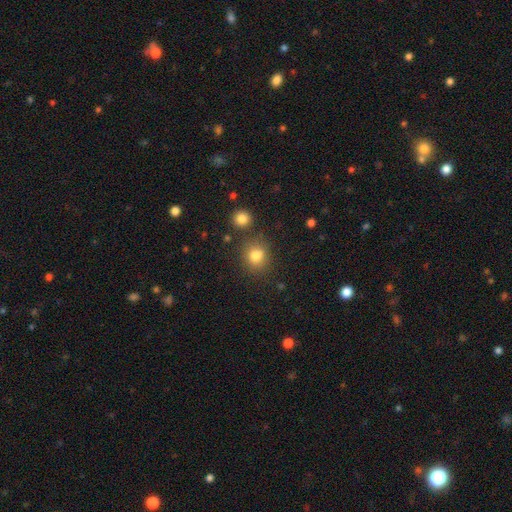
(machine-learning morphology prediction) This is likely a smooth galaxy (79%). How rounded: likely round (74%). Merging: likely none (75%).